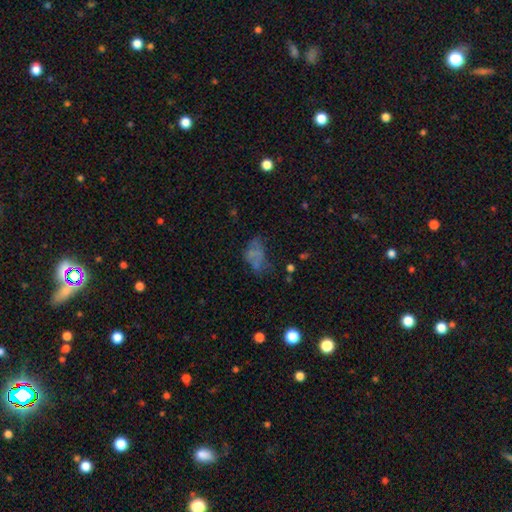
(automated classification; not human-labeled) Morphology: type=smooth (45%); merging=none (35%).